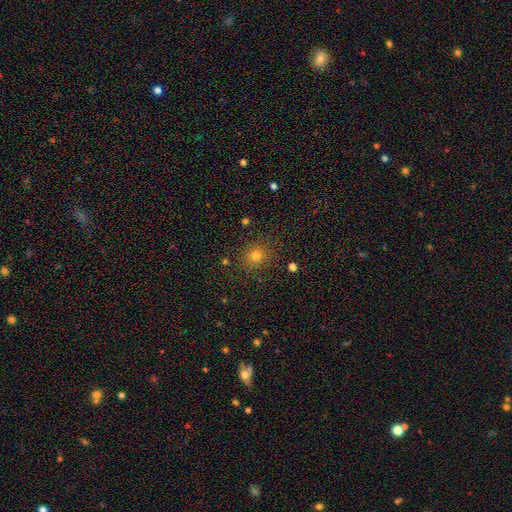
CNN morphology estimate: A smooth galaxy with no disk features (73%) that is round (84%). Merging: none (86%).